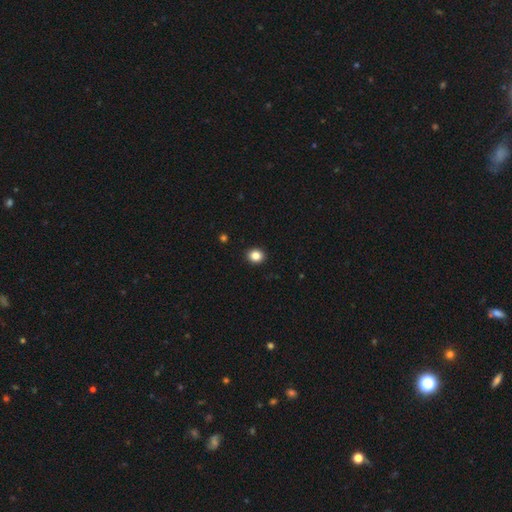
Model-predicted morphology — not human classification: A smooth galaxy with no disk features (85%) that is round (73%).

Vote fractions:
- Smooth or featured? smooth: 85% / star or artifact: 11% / featured or disk: 5%
- How rounded? round: 73% / in between: 26% / cigar-shaped: 1%
- Merging? none: 92% / minor disturbance: 5% / major disturbance: 2% / merger: 1%